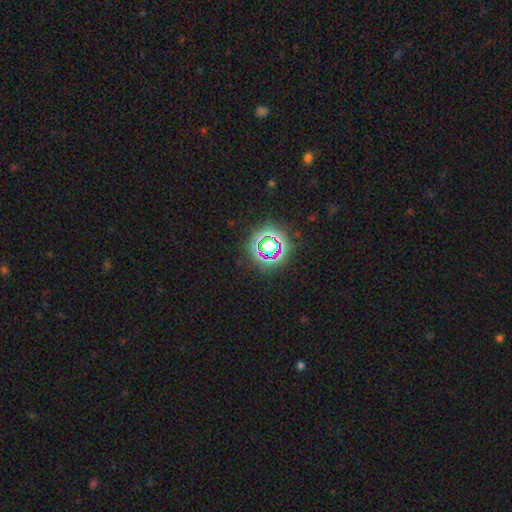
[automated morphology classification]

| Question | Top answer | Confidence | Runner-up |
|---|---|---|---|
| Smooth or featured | star or artifact | 76% | smooth (15%) |